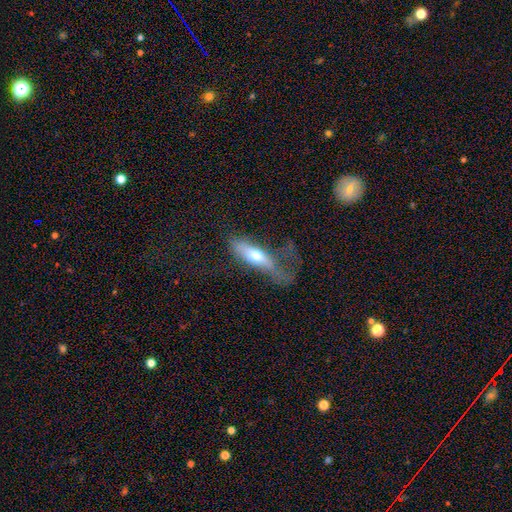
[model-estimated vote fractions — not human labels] Morphology: type=smooth (56%); roundness=cigar-shaped (50%); merging=major disturbance (44%).